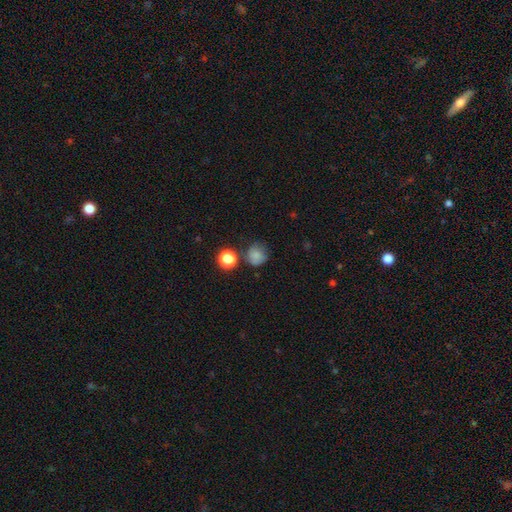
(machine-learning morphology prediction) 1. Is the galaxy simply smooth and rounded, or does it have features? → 75% smooth, 13% star or artifact, 12% featured or disk.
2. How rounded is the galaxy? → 83% round, 16% in between, 1% cigar-shaped.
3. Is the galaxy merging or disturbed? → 59% none, 23% minor disturbance, 9% major disturbance, 9% merger.